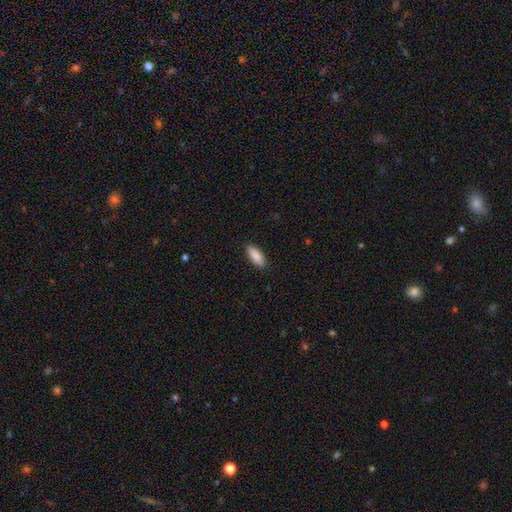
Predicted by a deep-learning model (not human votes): The model was most divided on "how rounded": in between: 74%, cigar-shaped: 24%, round: 2%. More confident: smooth or featured — smooth (90%); merging — none (90%).